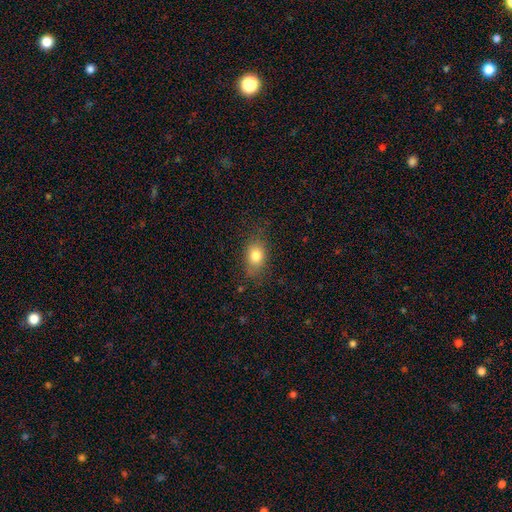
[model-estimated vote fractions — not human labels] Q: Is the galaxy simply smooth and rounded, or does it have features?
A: smooth — 80%.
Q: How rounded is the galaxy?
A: in between — 74%.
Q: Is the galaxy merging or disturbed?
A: none — 76%.